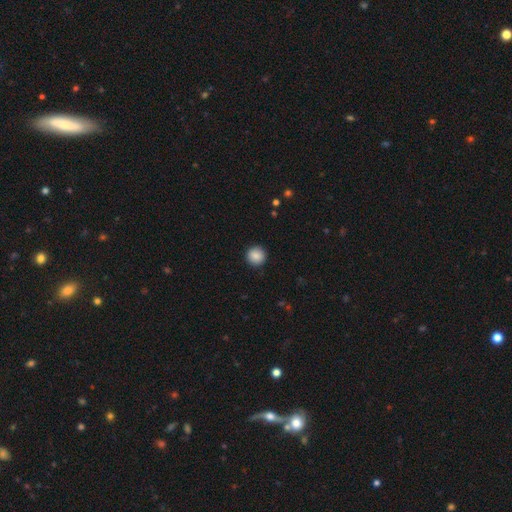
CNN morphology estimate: A smooth galaxy with no disk features (88%) that is round (95%). Merging: none (92%).